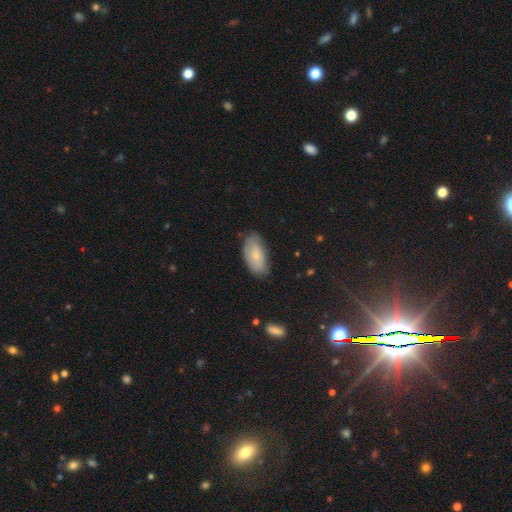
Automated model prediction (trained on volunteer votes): smooth-or-featured: smooth: 66% | featured or disk: 27% | star or artifact: 7%
  how-rounded: in between: 92% | cigar-shaped: 4% | round: 3%
  merging: none: 70% | minor disturbance: 24% | major disturbance: 5% | merger: 1%